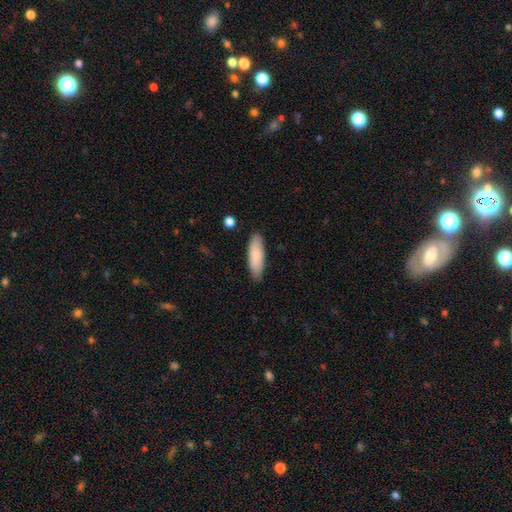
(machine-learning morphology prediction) A smooth galaxy with no disk features (83%) that is cigar-shaped (49%, tied with in between). Merging: none (86%).